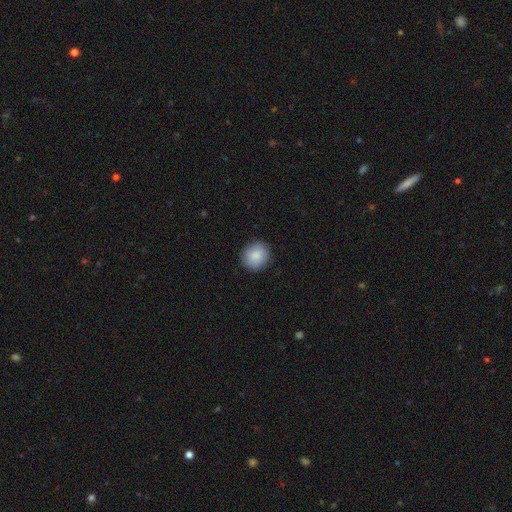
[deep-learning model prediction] This appears to be a smooth galaxy with no disk features (86%) that is round (83%). Merging: none (88%).